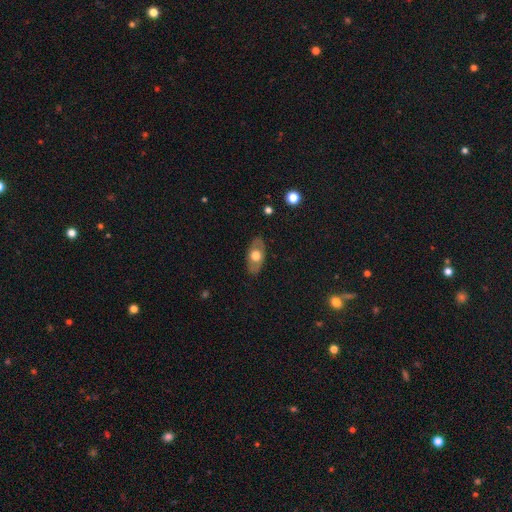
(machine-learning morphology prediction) Overall: smooth (53%; featured or disk 40%). How rounded: in between (88%). Merging: none (84%).